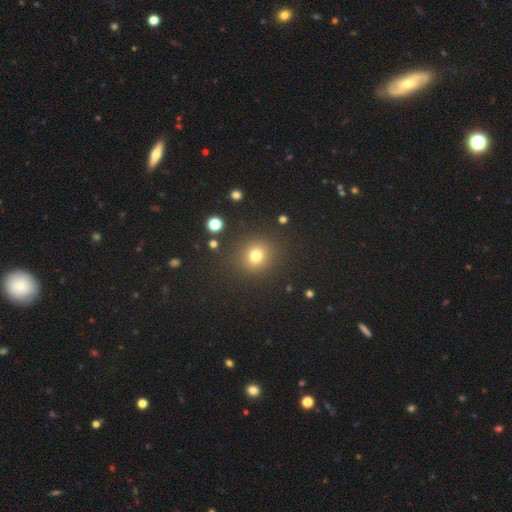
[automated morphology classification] Smooth or featured? Predicted: smooth (p=0.76). How rounded? Predicted: round (p=0.87). Merging? Predicted: none (p=0.87).